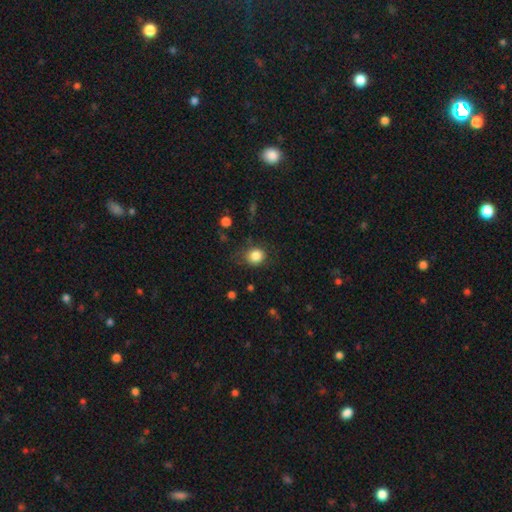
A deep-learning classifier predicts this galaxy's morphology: This is clearly a smooth galaxy (84%). How rounded: likely round (73%). Merging: likely none (74%).